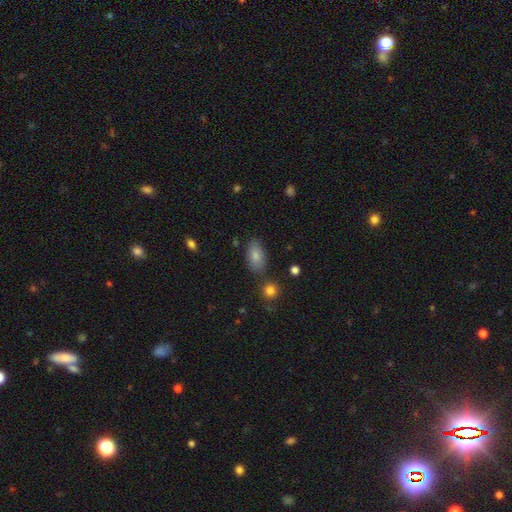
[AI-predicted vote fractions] Q: Smooth or featured?
A: smooth (84%); runner-up: featured or disk (9%)
Q: How rounded?
A: in between (92%); runner-up: round (5%)
Q: Merging?
A: none (79%); runner-up: minor disturbance (13%)